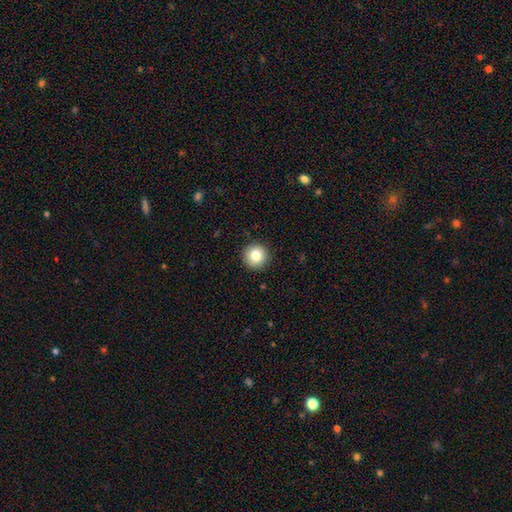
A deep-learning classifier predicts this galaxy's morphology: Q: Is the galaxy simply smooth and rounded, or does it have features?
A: smooth — 85%.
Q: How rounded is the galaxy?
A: round — 95%.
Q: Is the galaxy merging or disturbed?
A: none — 92%.